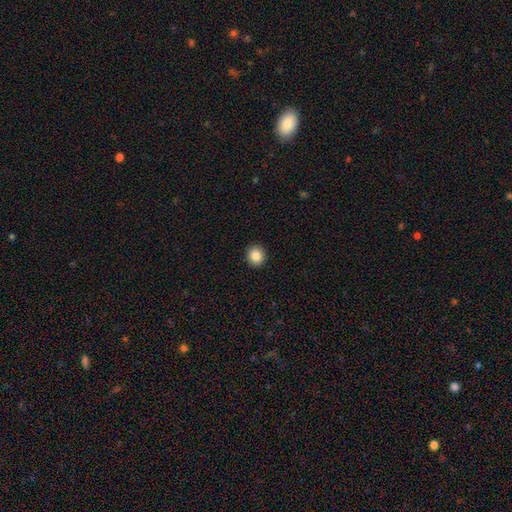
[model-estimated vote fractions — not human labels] This appears to be a smooth galaxy with no disk features (86%) that is round (88%). Merging: none (93%).